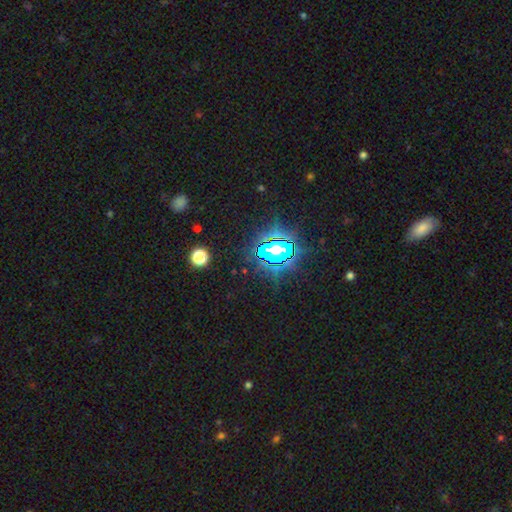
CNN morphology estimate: Q: Smooth or featured?
A: star or artifact (82%); runner-up: smooth (11%)